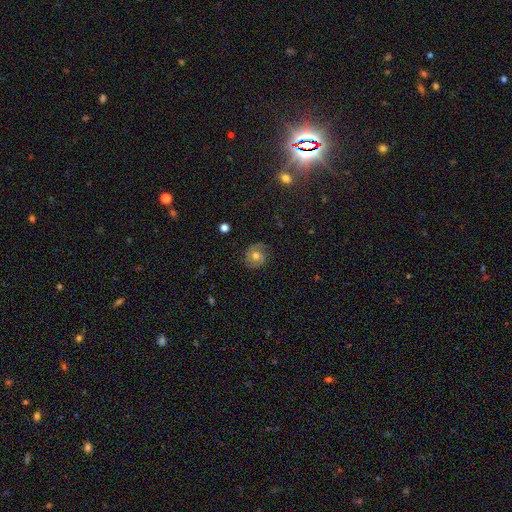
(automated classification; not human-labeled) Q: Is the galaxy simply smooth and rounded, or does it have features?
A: featured or disk — 59%.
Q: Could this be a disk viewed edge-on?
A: no — 97%.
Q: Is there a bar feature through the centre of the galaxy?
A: no — 74%.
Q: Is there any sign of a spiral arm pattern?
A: yes — 87%.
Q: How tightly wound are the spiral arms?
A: medium — 42%, tied with tight.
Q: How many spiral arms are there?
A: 2 — 76%.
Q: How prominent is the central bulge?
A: moderate — 75%.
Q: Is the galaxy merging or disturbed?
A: none — 80%.